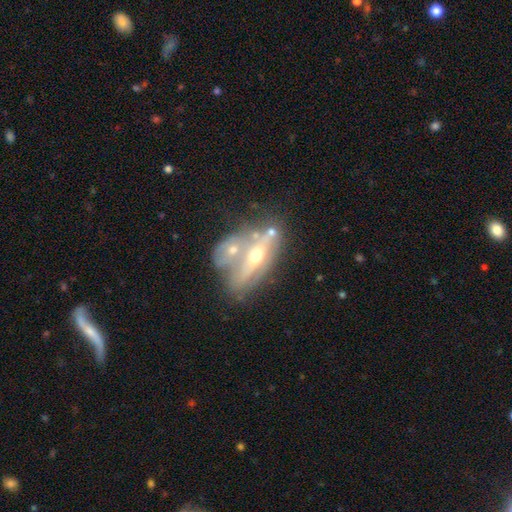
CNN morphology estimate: Smooth or featured? featured or disk (71%)
Edge-on disk? no (50%, tied with yes)
Merging? merger (42%)